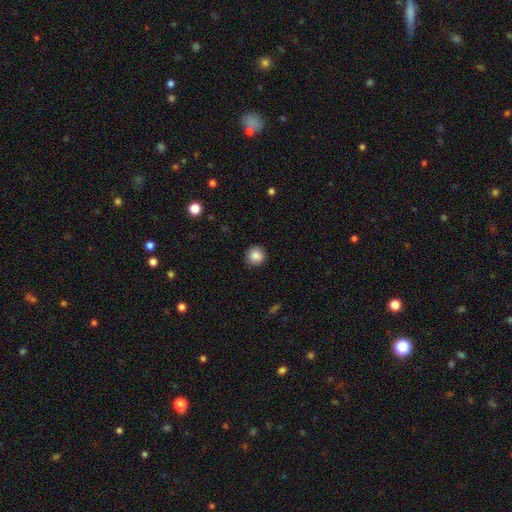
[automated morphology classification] Smooth or featured: smooth — 87% (star or artifact — 9%)
How rounded: round — 93% (in between — 6%)
Merging: none — 91% (minor disturbance — 7%)